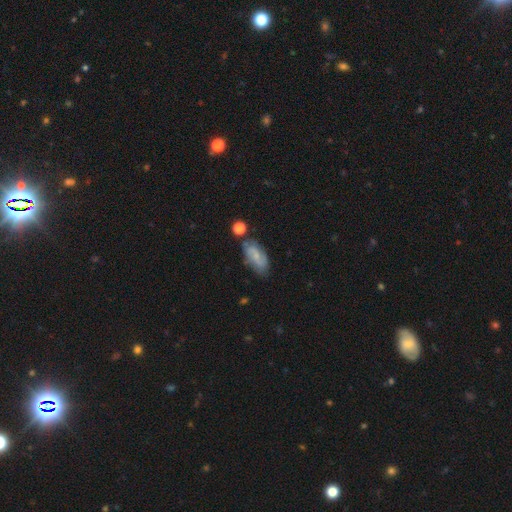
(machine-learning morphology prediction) featured or disk 47%, smooth 45%, star or artifact 8%. Down the decision tree: merging — none (63%).